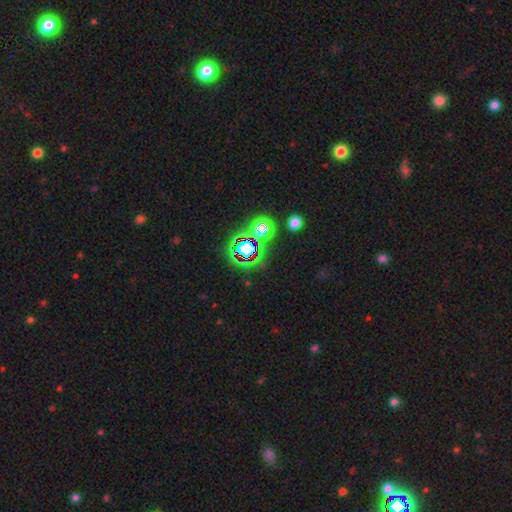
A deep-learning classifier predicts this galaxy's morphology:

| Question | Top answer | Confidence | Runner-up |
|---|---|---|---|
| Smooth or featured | star or artifact | 71% | smooth (17%) |